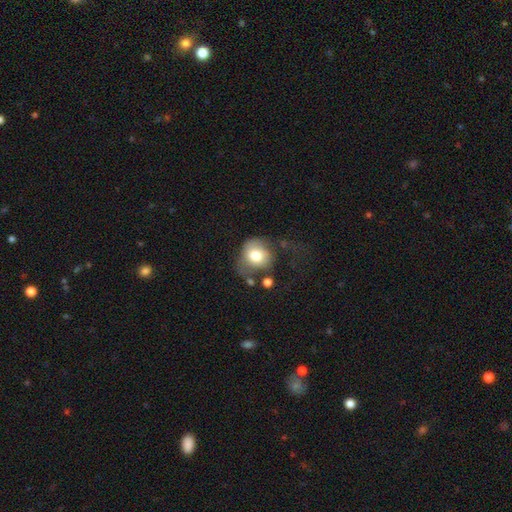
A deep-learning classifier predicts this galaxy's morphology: Q: Smooth or featured?
A: smooth (73%); runner-up: featured or disk (19%)
Q: How rounded?
A: round (71%); runner-up: in between (28%)
Q: Merging?
A: none (37%); runner-up: major disturbance (29%)